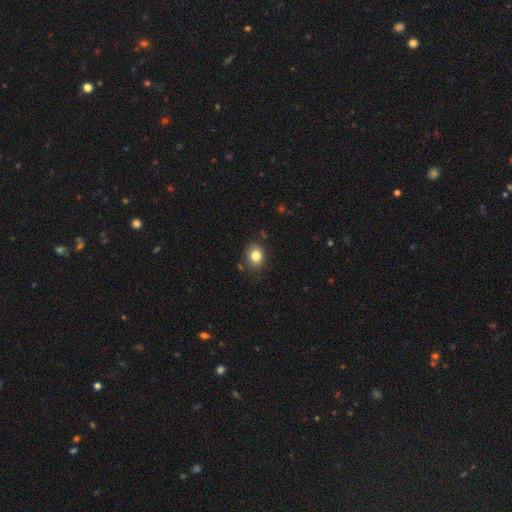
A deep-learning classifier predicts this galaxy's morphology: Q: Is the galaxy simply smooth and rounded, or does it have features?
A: smooth — 82%.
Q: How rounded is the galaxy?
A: round — 63%.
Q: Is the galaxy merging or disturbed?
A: none — 84%.